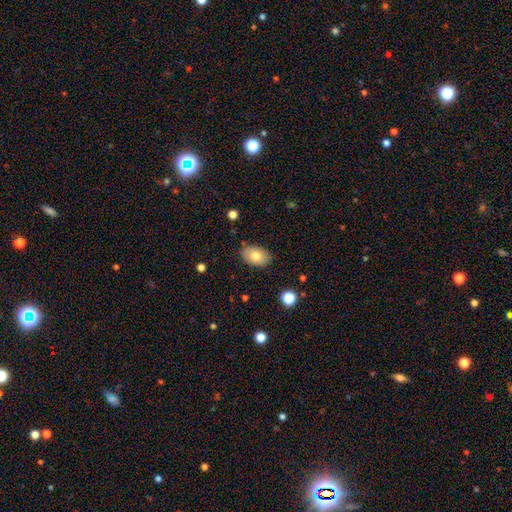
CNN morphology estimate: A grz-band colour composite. It shows a smooth galaxy with no disk features (78%) that is in between round and cigar-shaped (86%). Merging: none (83%).